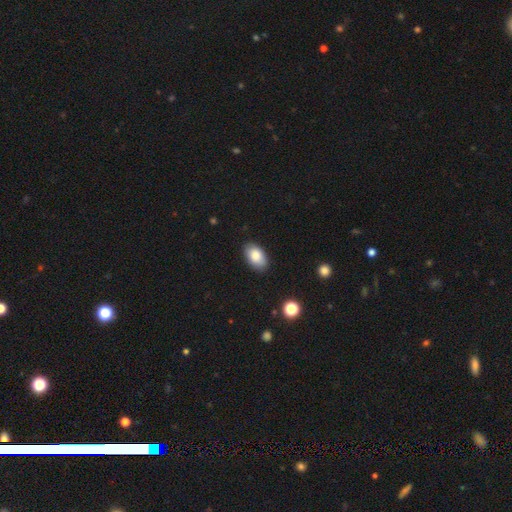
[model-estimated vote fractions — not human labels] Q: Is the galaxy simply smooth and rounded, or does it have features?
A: smooth — 85%.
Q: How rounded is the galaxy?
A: in between — 92%.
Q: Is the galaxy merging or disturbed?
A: none — 87%.